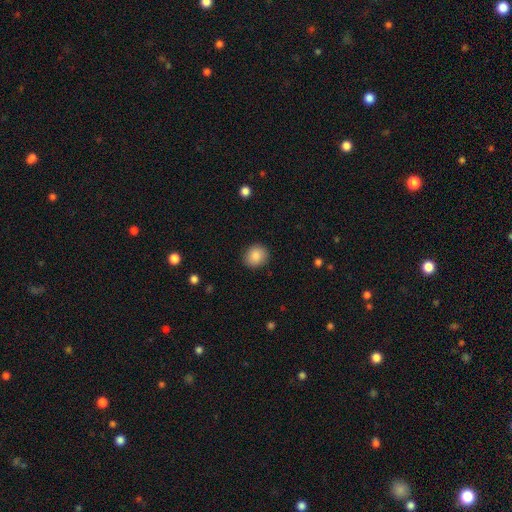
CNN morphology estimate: The model was most divided on "how rounded": round: 76%, in between: 23%, cigar-shaped: 1%. More confident: merging — none (89%); smooth or featured — smooth (87%).